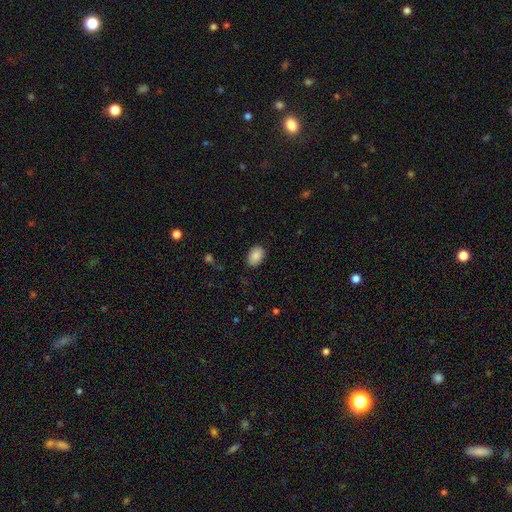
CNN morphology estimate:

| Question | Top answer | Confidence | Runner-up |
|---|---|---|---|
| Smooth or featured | smooth | 88% | star or artifact (7%) |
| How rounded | in between | 86% | round (13%) |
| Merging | none | 88% | minor disturbance (9%) |